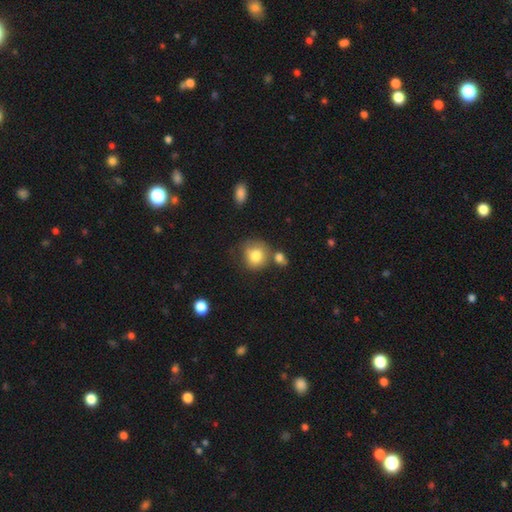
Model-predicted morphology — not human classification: A smooth galaxy with no disk features (80%) that is round (83%). Merging: none (55%).